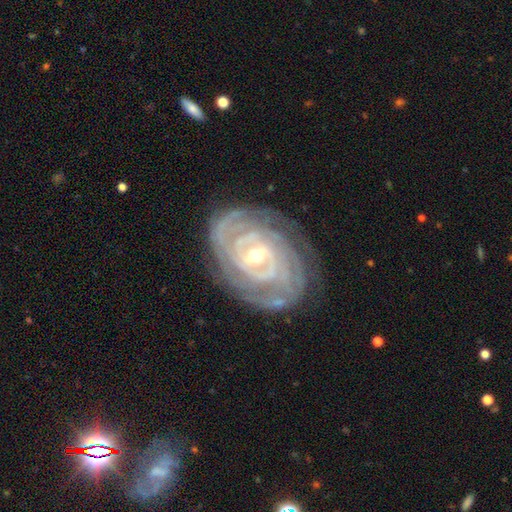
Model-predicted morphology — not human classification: This appears to be a featured or disk galaxy (90%) with a weak bar (40%), tight (85%) spiral arms (98%) and a moderate central bulge (50%). Merging: none (79%).